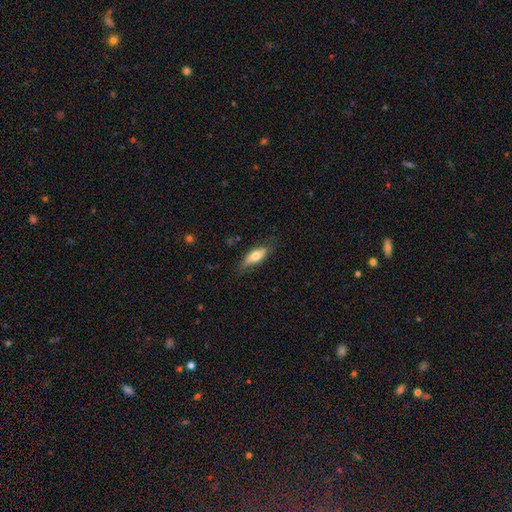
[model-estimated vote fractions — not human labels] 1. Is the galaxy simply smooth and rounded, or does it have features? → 66% smooth, 28% featured or disk, 6% star or artifact.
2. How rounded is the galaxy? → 72% in between, 25% cigar-shaped, 3% round.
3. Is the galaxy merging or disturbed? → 73% none, 21% minor disturbance, 5% major disturbance, 1% merger.